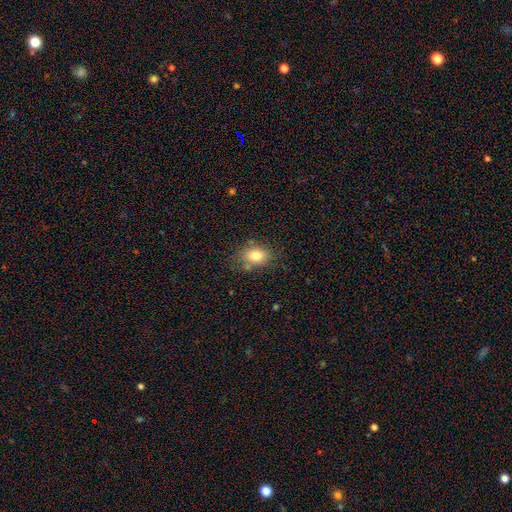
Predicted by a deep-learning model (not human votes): Smooth or featured? smooth (79%)
How rounded? in between (75%)
Merging? none (71%)